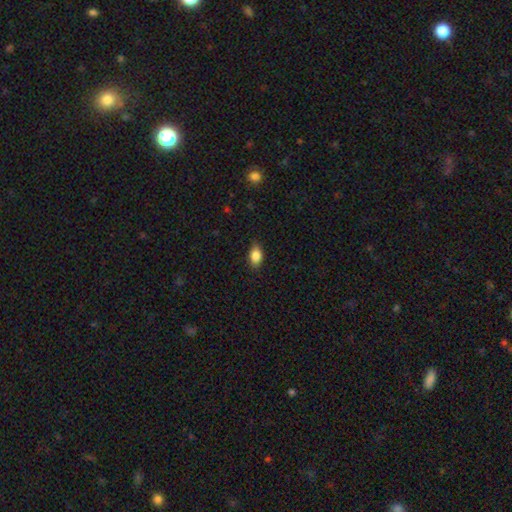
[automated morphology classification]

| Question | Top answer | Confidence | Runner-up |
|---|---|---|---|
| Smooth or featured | smooth | 85% | star or artifact (8%) |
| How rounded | in between | 85% | round (12%) |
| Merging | none | 79% | minor disturbance (17%) |